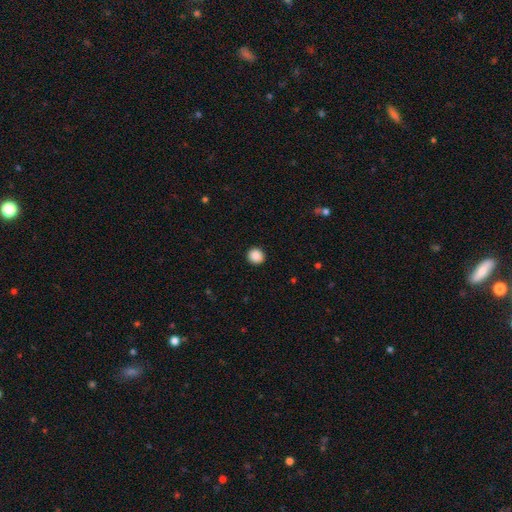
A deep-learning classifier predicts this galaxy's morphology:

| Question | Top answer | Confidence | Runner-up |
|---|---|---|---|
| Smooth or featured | smooth | 89% | star or artifact (9%) |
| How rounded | round | 91% | in between (8%) |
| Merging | none | 92% | minor disturbance (5%) |